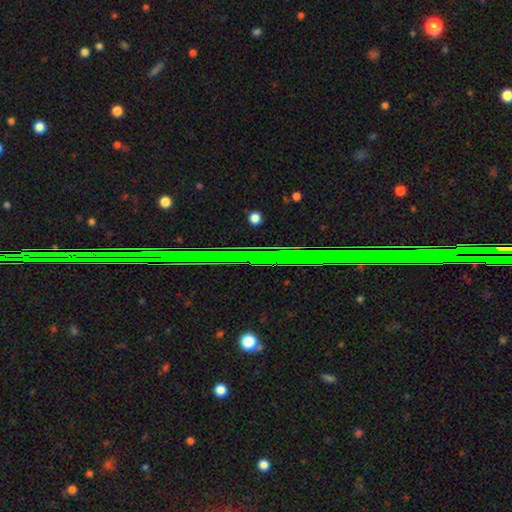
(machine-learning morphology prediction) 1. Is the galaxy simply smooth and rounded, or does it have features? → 80% star or artifact, 11% featured or disk, 8% smooth.